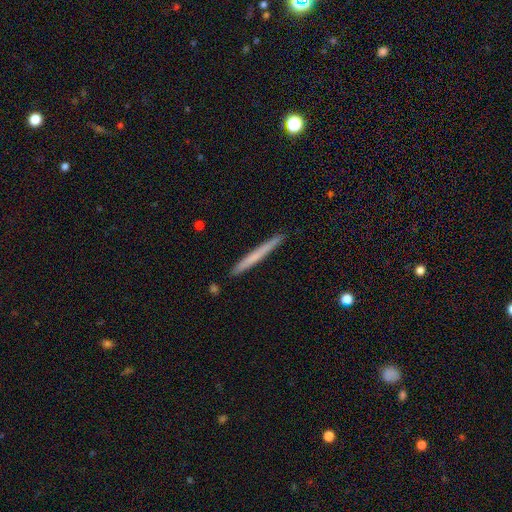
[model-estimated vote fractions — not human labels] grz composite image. It shows a smooth galaxy with no disk features (61%) that is cigar-shaped (97%). Merging: none (91%).